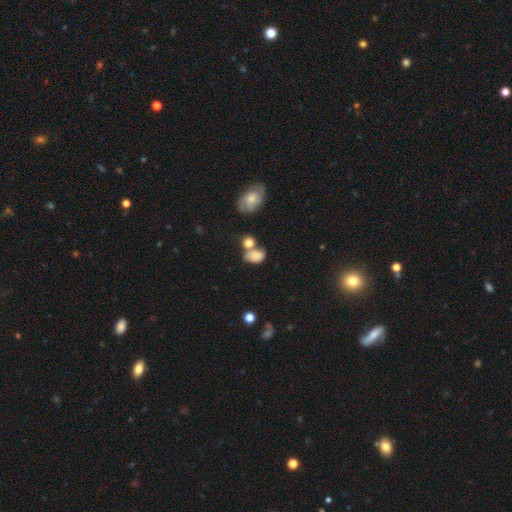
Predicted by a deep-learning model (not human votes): Smooth or featured: smooth — 75% (featured or disk — 15%)
How rounded: in between — 69% (round — 29%)
Merging: merger — 38% (none — 33%)